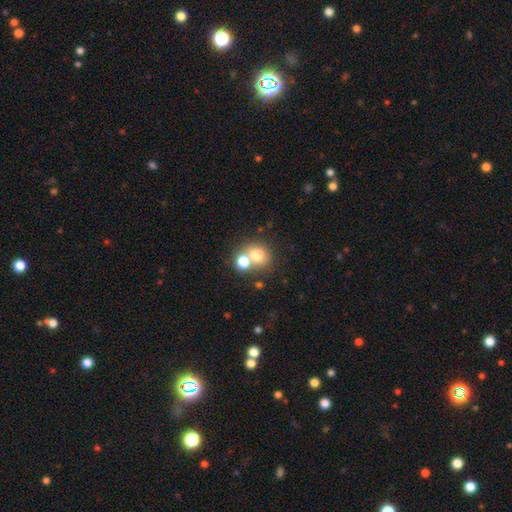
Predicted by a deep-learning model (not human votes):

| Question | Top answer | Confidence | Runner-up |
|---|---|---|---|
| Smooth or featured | smooth | 72% | featured or disk (14%) |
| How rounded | round | 75% | in between (24%) |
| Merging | merger | 47% | none (41%) |